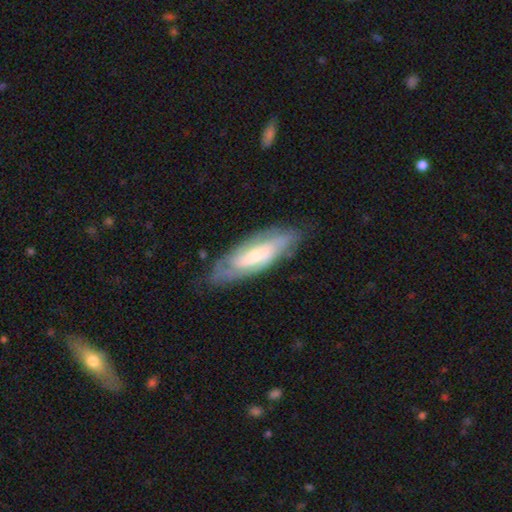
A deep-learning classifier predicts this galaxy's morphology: featured or disk 68%, smooth 26%, star or artifact 6%. Down the decision tree: edge-on disk — no (80%); bar — no (53%); spiral arms — yes (85%); bulge size — small (49%); merging — none (73%).